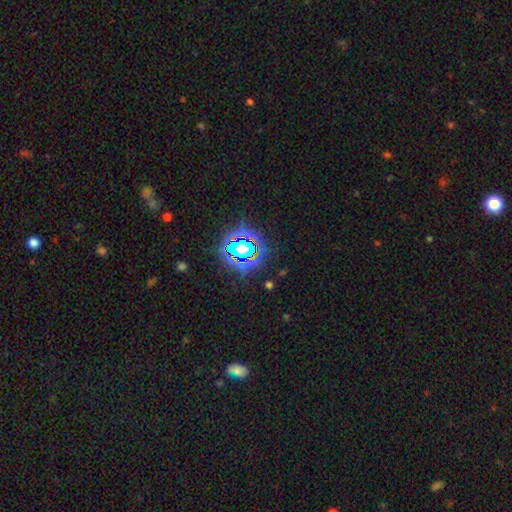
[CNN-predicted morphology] This appears to be a star or artifact, not a galaxy (76%).